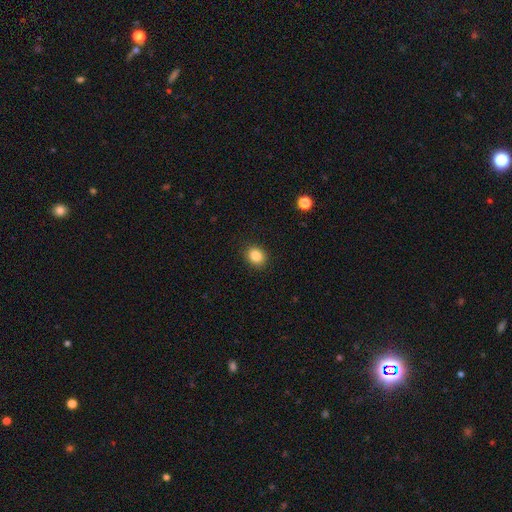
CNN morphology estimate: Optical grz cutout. It shows a smooth galaxy with no disk features (86%) that is round (59%). Merging: none (89%).